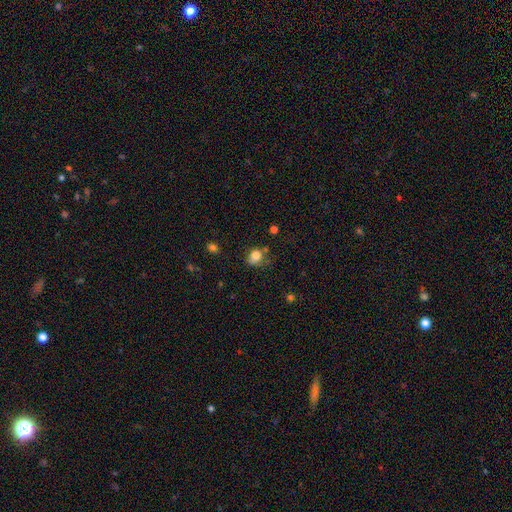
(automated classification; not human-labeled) Smooth or featured: smooth — 81% (star or artifact — 11%)
How rounded: round — 64% (in between — 35%)
Merging: none — 52% (minor disturbance — 29%)